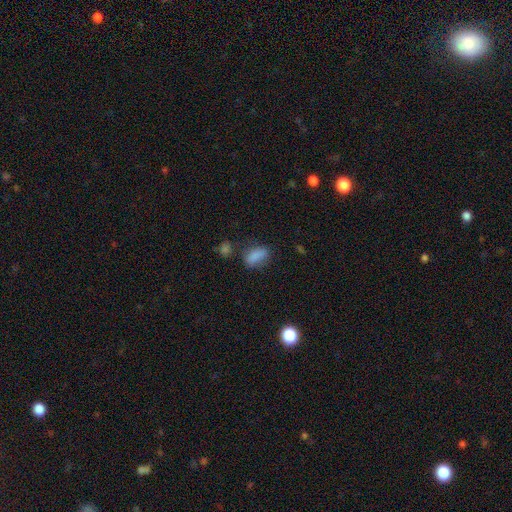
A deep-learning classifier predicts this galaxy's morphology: The model was most divided on "merging": none: 56%, minor disturbance: 25%, major disturbance: 10%, merger: 9%. More confident: how rounded — in between (87%); smooth or featured — smooth (81%).